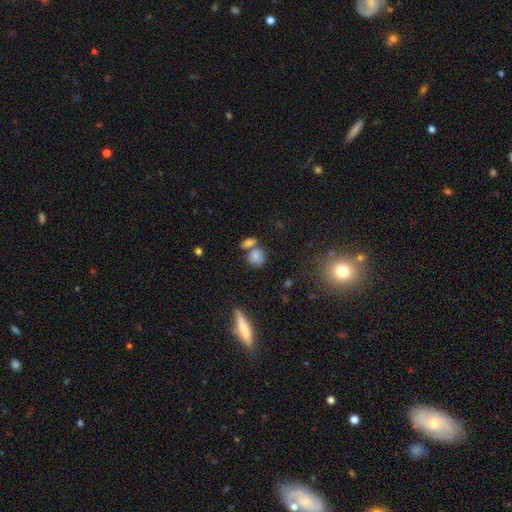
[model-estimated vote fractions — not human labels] smooth_or_featured: smooth (p=0.78) [alt: star or artifact p=0.11]
how_rounded: round (p=0.54) [alt: in between p=0.42]
merging: none (p=0.45) [alt: merger p=0.37]